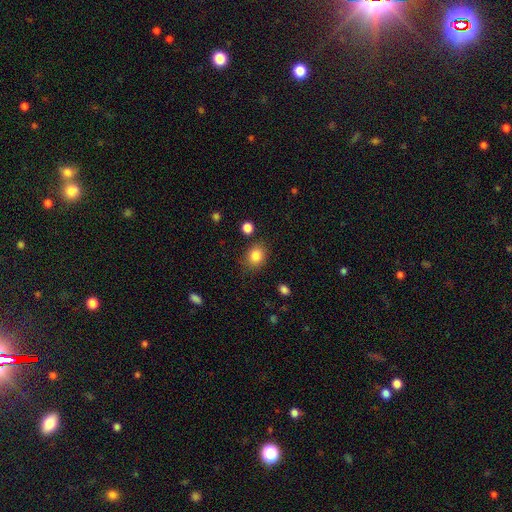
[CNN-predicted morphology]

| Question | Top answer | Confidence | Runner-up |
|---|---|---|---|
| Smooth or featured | smooth | 85% | star or artifact (10%) |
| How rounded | round | 62% | in between (37%) |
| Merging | none | 82% | minor disturbance (12%) |